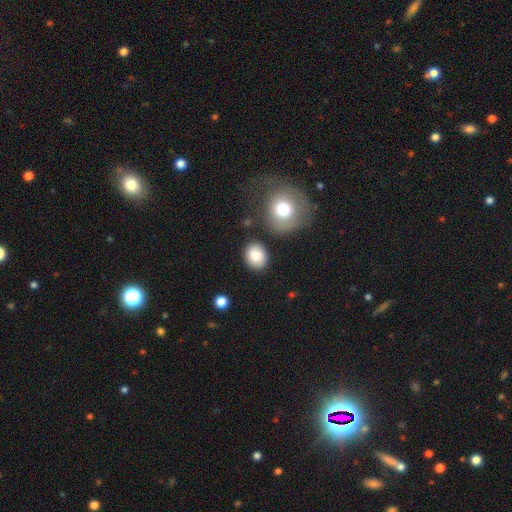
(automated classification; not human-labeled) Overall: smooth (85%). How rounded: in between (50%; round 49%). Merging: none (81%).